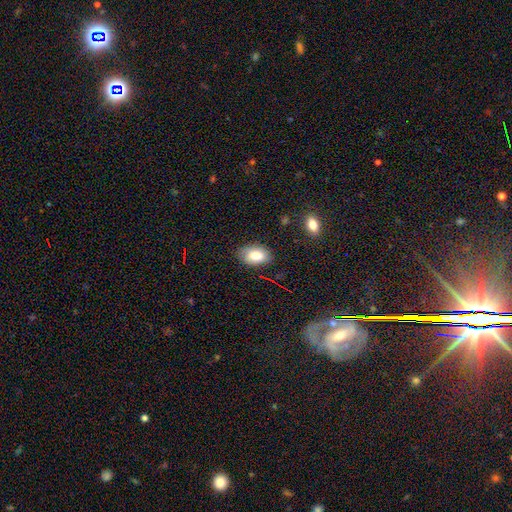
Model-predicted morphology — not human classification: Q: Smooth or featured?
A: smooth (80%); runner-up: featured or disk (12%)
Q: How rounded?
A: in between (91%); runner-up: round (8%)
Q: Merging?
A: none (80%); runner-up: minor disturbance (15%)